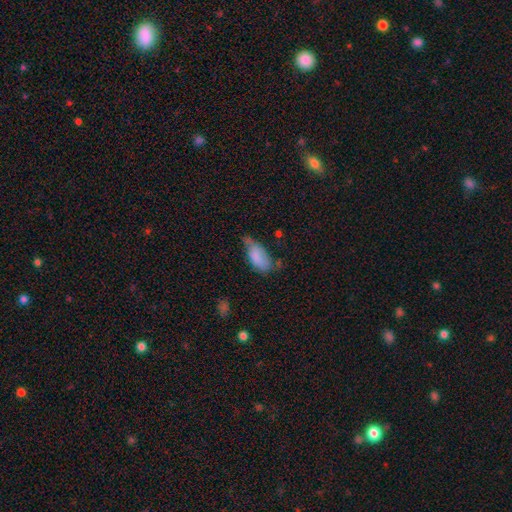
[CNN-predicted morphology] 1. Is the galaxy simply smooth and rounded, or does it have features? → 78% smooth, 15% featured or disk, 7% star or artifact.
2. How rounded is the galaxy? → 91% in between, 6% cigar-shaped, 2% round.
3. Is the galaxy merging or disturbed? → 42% minor disturbance, 31% none, 22% major disturbance, 5% merger.